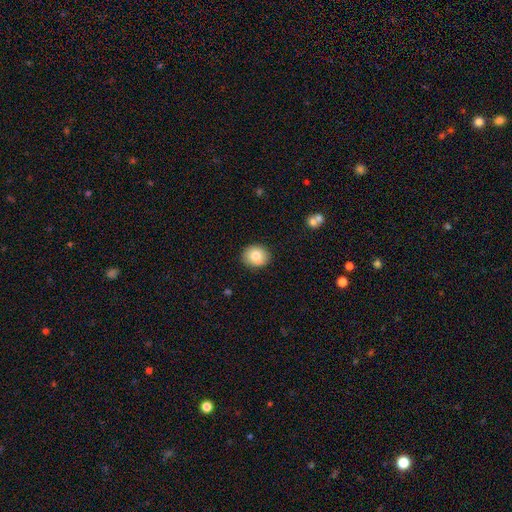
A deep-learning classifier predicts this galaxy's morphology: smooth-or-featured: smooth: 80% | featured or disk: 12% | star or artifact: 8%
  how-rounded: round: 75% | in between: 24% | cigar-shaped: 1%
  merging: none: 87% | minor disturbance: 9% | major disturbance: 2% | merger: 2%